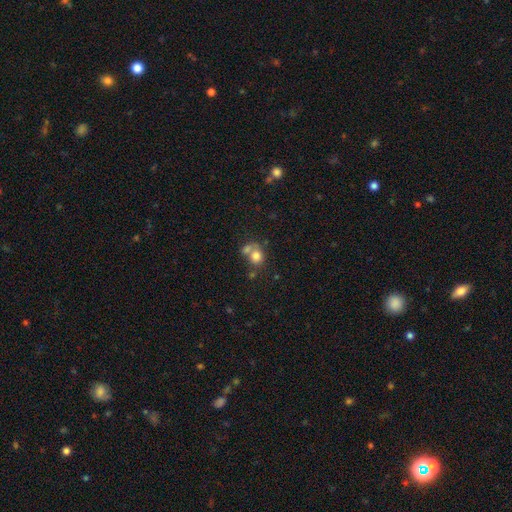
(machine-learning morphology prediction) smooth_or_featured: smooth (p=0.76) [alt: featured or disk p=0.13]
how_rounded: round (p=0.66) [alt: in between p=0.33]
merging: merger (p=0.47) [alt: none p=0.36]